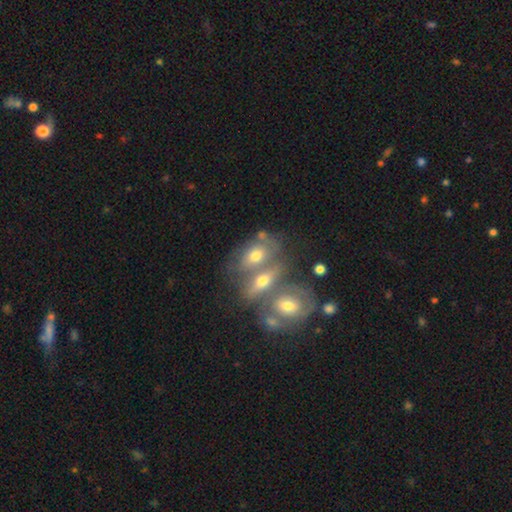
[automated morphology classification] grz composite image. It shows a smooth galaxy with no disk features (51%) that is in between round and cigar-shaped (75%). Merging: merger (57%).